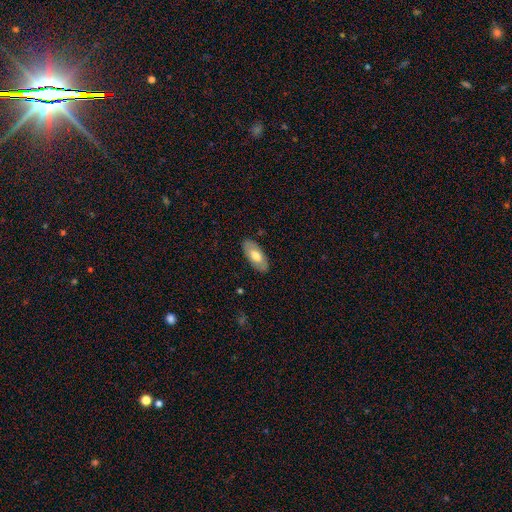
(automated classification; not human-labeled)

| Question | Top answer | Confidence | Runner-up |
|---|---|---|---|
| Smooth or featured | smooth | 65% | featured or disk (30%) |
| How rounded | in between | 91% | cigar-shaped (7%) |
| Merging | none | 87% | minor disturbance (10%) |